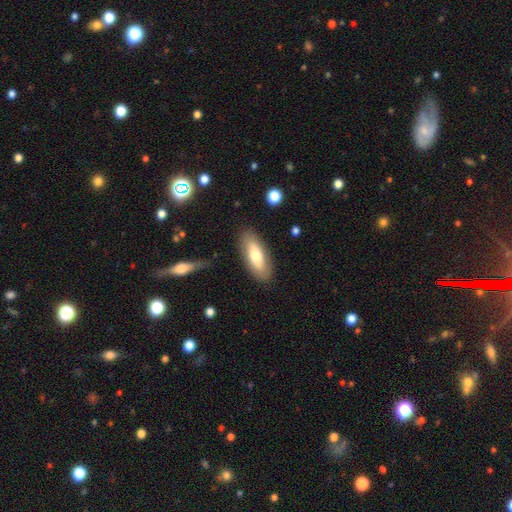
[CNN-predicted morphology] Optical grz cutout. It shows a smooth galaxy with no disk features (67%) that is in between round and cigar-shaped (76%). Merging: none (82%).